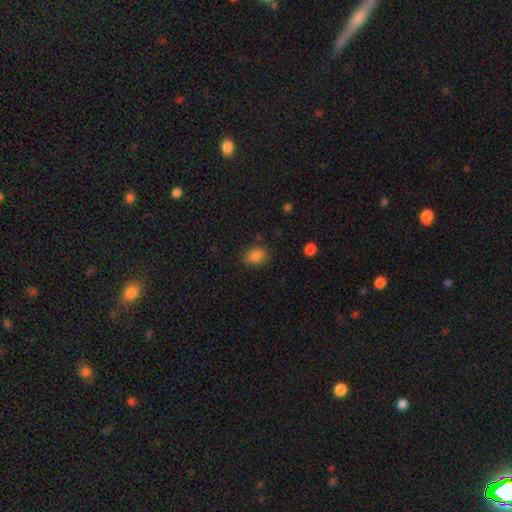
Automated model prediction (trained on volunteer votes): smooth_or_featured: smooth (p=0.86) [alt: star or artifact p=0.10]
how_rounded: in between (p=0.69) [alt: round p=0.30]
merging: none (p=0.82) [alt: minor disturbance p=0.12]